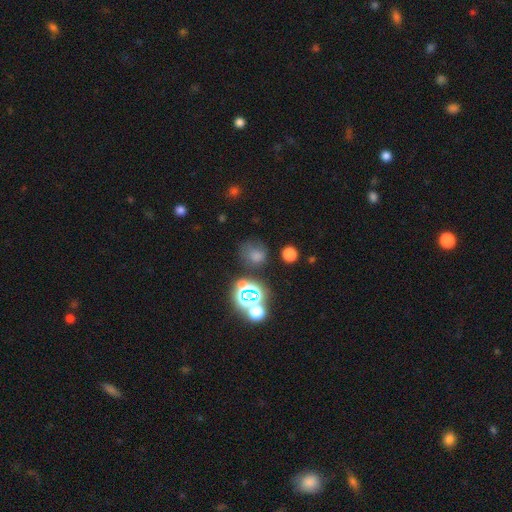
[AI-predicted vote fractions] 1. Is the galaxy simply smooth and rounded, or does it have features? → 46% star or artifact, 43% smooth, 11% featured or disk.